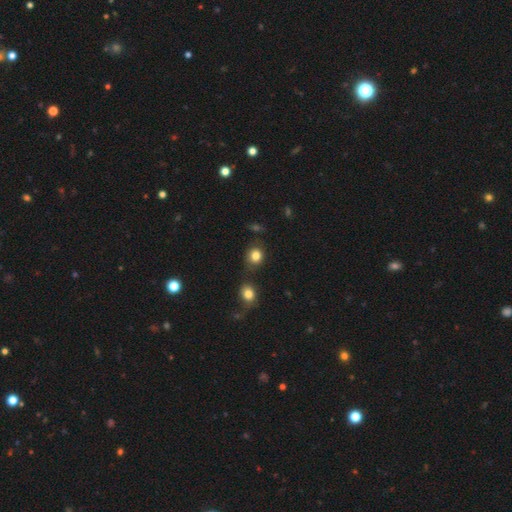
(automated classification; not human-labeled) smooth-or-featured: smooth: 83% | star or artifact: 11% | featured or disk: 6%
  how-rounded: round: 76% | in between: 23% | cigar-shaped: 1%
  merging: none: 72% | minor disturbance: 13% | merger: 11% | major disturbance: 4%